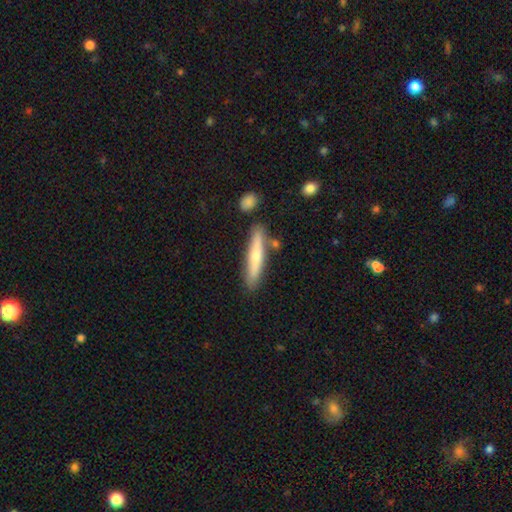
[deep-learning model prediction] The model was most divided on "smooth or featured": smooth: 51%, featured or disk: 42%, star or artifact: 6%. More confident: how rounded — cigar-shaped (89%); merging — none (79%).